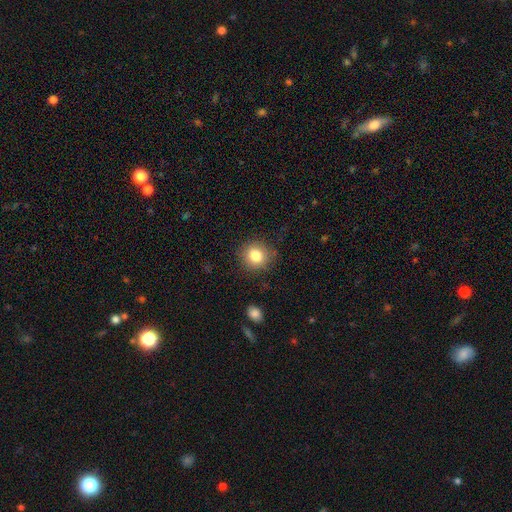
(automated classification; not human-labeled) Overall: smooth (82%). How rounded: round (85%). Merging: none (86%).